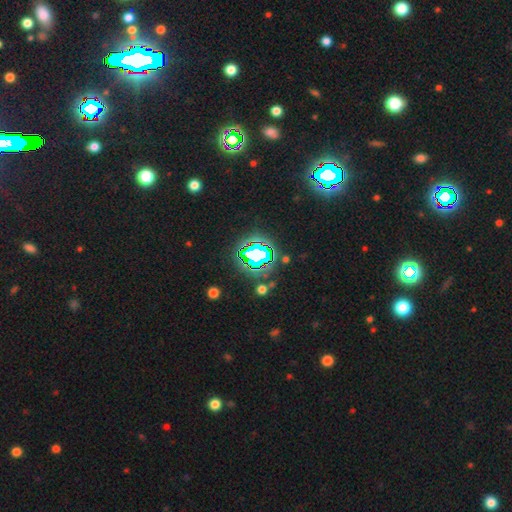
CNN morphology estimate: A star or artifact, not a galaxy (75%).